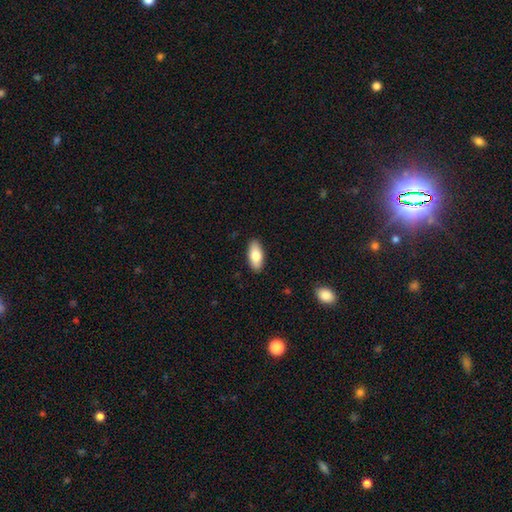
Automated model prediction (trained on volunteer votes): Q: Smooth or featured?
A: smooth (79%); runner-up: featured or disk (15%)
Q: How rounded?
A: in between (87%); runner-up: cigar-shaped (11%)
Q: Merging?
A: none (90%); runner-up: minor disturbance (7%)